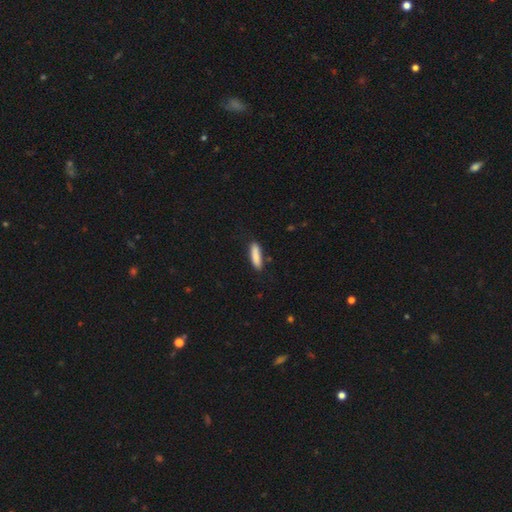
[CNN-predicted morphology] Smooth or featured?
  - smooth: 87% *
  - featured or disk: 7%
  - star or artifact: 6%
How rounded?
  - cigar-shaped: 71% *
  - in between: 27%
  - round: 1%
Merging?
  - none: 83% *
  - minor disturbance: 13%
  - major disturbance: 2%
  - merger: 2%